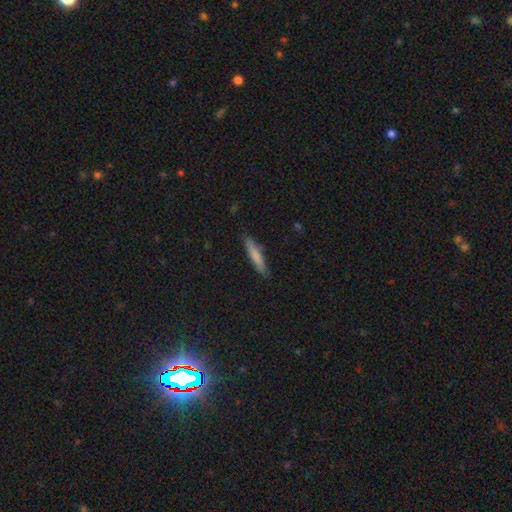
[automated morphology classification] Overall: smooth (76%). How rounded: cigar-shaped (89%). Merging: none (85%).